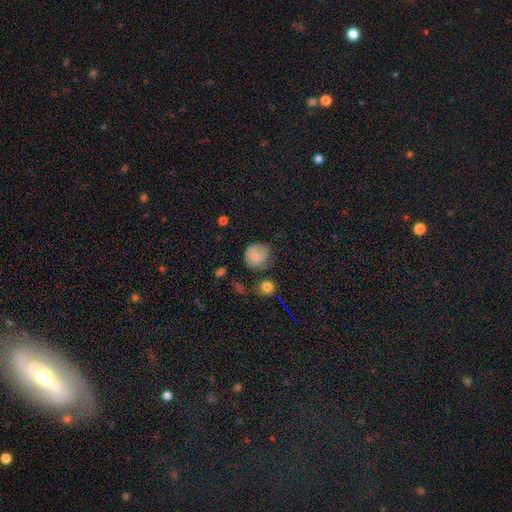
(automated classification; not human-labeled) smooth-or-featured: smooth: 65% | featured or disk: 25% | star or artifact: 10%
  how-rounded: round: 80% | in between: 19% | cigar-shaped: 1%
  merging: none: 59% | minor disturbance: 27% | major disturbance: 10% | merger: 4%